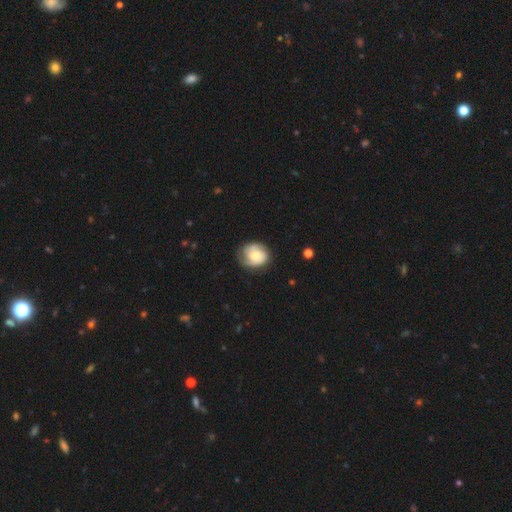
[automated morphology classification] Smooth or featured? featured or disk (54%)
Edge-on disk? no (98%)
Bar? no (76%)
Spiral arms? yes (87%)
Bulge size? moderate (49%)
Merging? none (63%)